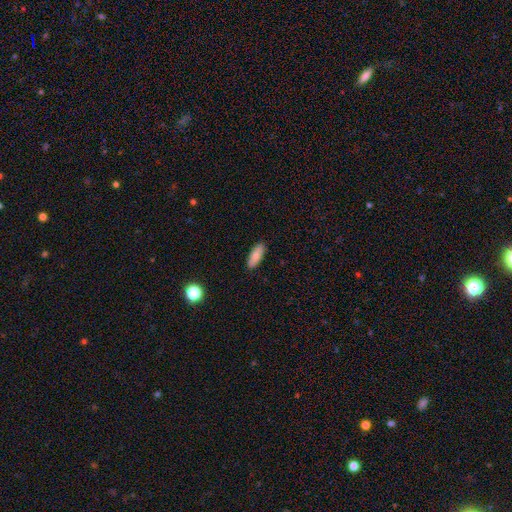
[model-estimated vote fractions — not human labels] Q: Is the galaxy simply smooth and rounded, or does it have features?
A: smooth — 85%.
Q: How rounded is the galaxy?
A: in between — 64%.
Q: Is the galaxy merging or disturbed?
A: none — 89%.